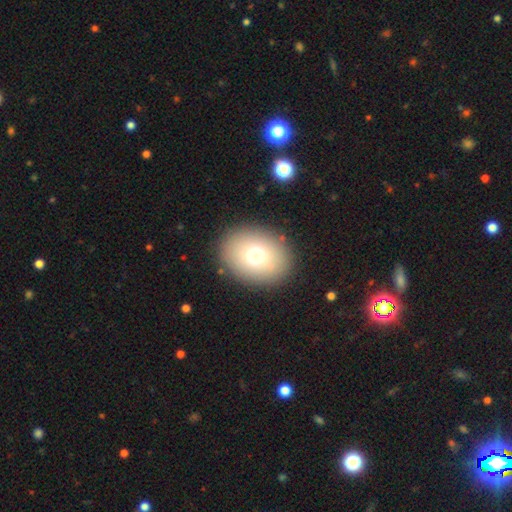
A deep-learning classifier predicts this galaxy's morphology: Smooth or featured? Predicted: smooth (p=0.72). How rounded? Predicted: in between (p=0.54). Merging? Predicted: none (p=0.88).